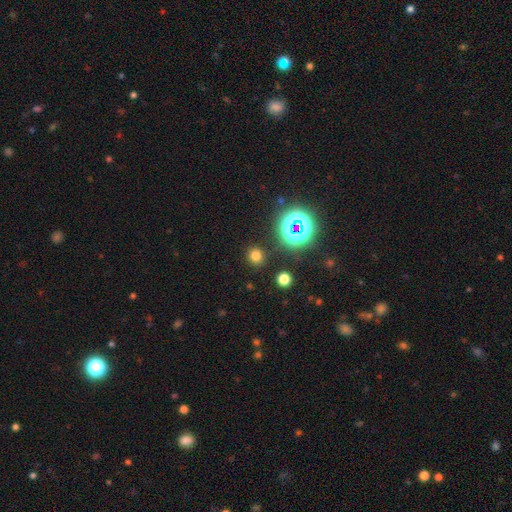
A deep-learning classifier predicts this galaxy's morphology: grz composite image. It shows a smooth galaxy with no disk features (69%) that is round (83%). Merging: none (87%).